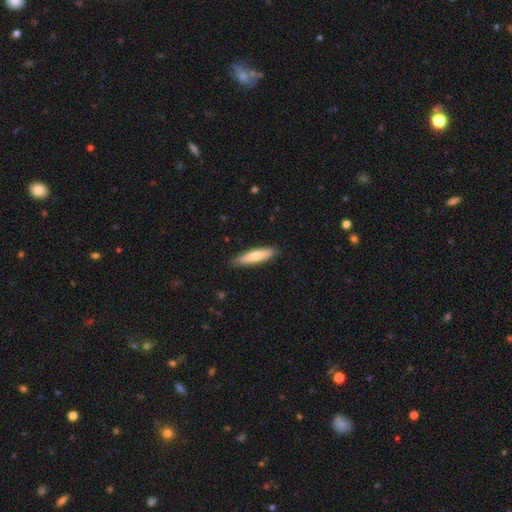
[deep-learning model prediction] A smooth galaxy with no disk features (72%) that is cigar-shaped (79%).

Vote fractions:
- Smooth or featured? smooth: 72% / featured or disk: 23% / star or artifact: 5%
- How rounded? cigar-shaped: 79% / in between: 19% / round: 1%
- Merging? none: 88% / minor disturbance: 9% / major disturbance: 2% / merger: 1%